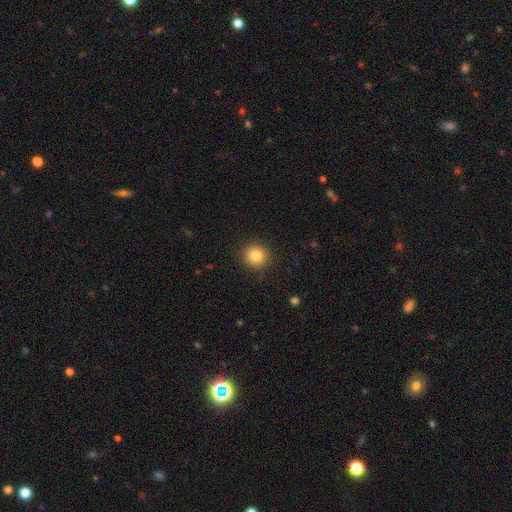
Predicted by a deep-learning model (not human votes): Smooth or featured?
  - smooth: 84% *
  - star or artifact: 10%
  - featured or disk: 6%
How rounded?
  - round: 92% *
  - in between: 7%
  - cigar-shaped: 1%
Merging?
  - none: 91% *
  - minor disturbance: 6%
  - major disturbance: 2%
  - merger: 1%